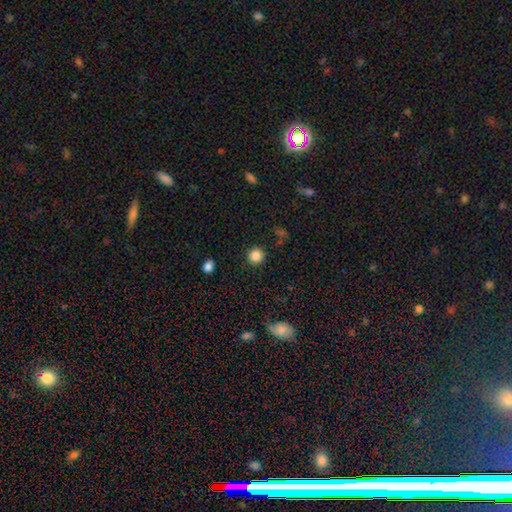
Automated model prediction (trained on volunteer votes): smooth_or_featured: smooth (p=0.85) [alt: star or artifact p=0.11]
how_rounded: round (p=0.95) [alt: in between p=0.04]
merging: none (p=0.91) [alt: minor disturbance p=0.05]